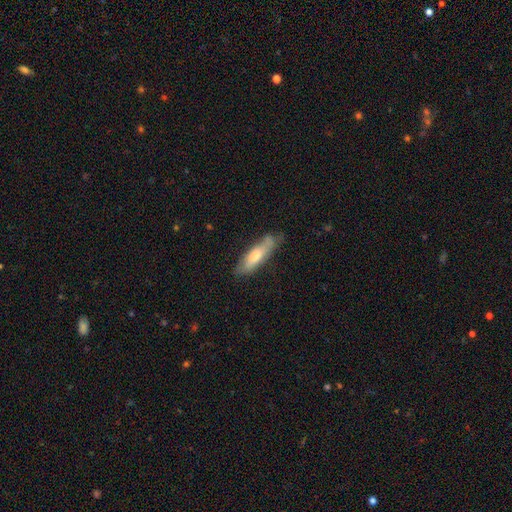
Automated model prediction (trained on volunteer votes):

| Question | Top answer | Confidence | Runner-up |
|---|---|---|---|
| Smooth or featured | smooth | 65% | featured or disk (30%) |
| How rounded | cigar-shaped | 65% | in between (33%) |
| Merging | none | 69% | minor disturbance (24%) |